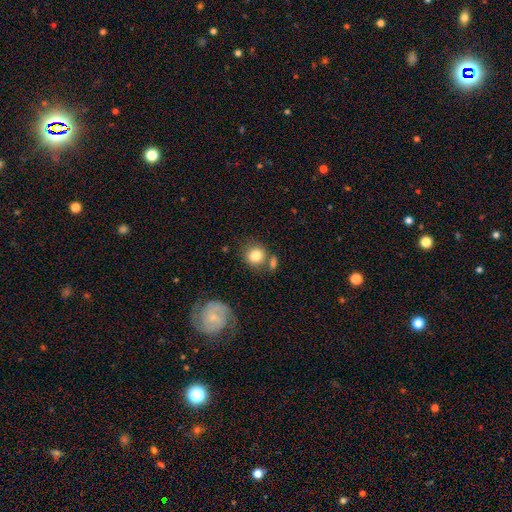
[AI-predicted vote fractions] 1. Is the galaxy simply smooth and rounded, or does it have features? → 82% smooth, 10% featured or disk, 8% star or artifact.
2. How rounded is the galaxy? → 83% round, 16% in between, 1% cigar-shaped.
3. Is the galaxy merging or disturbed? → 61% none, 20% merger, 14% minor disturbance, 5% major disturbance.